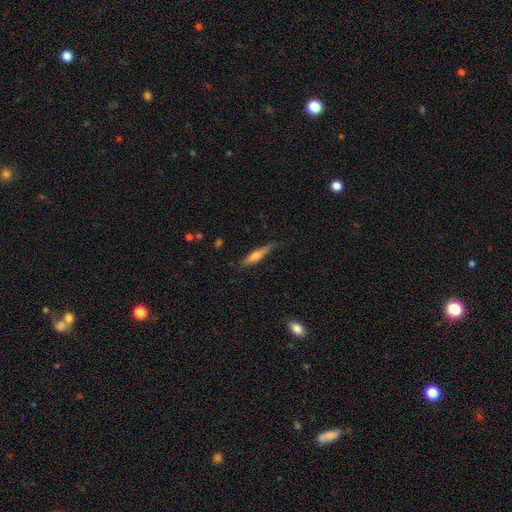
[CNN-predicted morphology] Smooth or featured?
  - smooth: 48% *
  - featured or disk: 46%
  - star or artifact: 6%
Merging?
  - none: 72% *
  - minor disturbance: 22%
  - major disturbance: 4%
  - merger: 2%